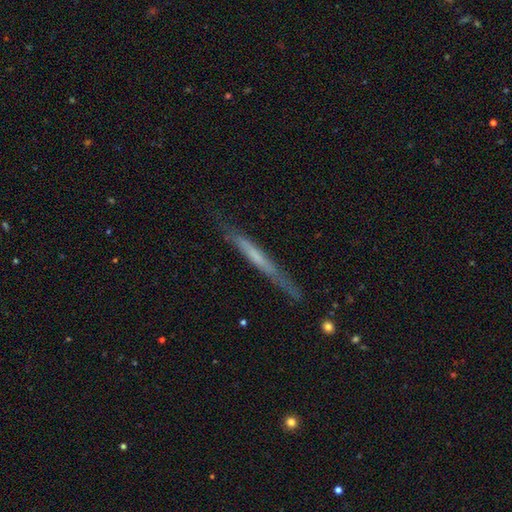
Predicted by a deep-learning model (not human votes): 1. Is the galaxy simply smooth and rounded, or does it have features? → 52% featured or disk, 42% smooth, 6% star or artifact.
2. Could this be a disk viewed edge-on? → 93% yes, 7% no.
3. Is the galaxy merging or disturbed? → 75% none, 18% minor disturbance, 4% major disturbance, 2% merger.